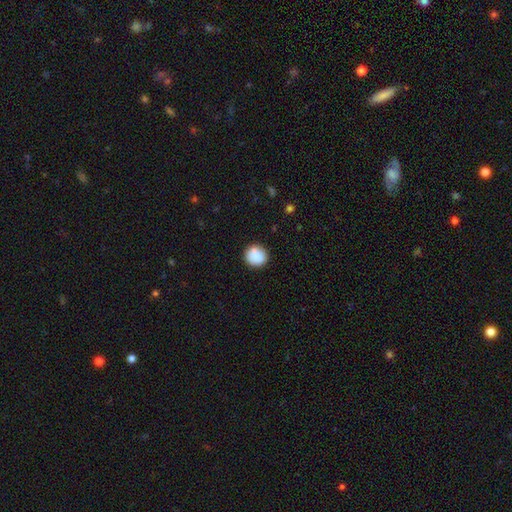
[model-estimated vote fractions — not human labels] smooth-or-featured: smooth: 88% | star or artifact: 8% | featured or disk: 4%
  how-rounded: round: 89% | in between: 10% | cigar-shaped: 1%
  merging: none: 86% | minor disturbance: 9% | major disturbance: 2% | merger: 2%